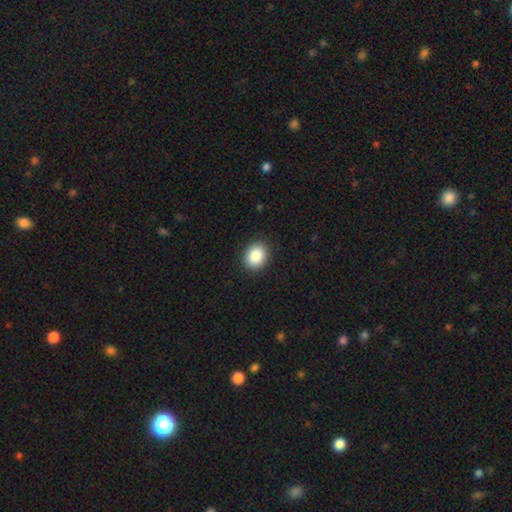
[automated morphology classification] Smooth or featured?
  - smooth: 88% *
  - star or artifact: 8%
  - featured or disk: 4%
How rounded?
  - round: 51% *
  - in between: 48%
  - cigar-shaped: 1%
Merging?
  - none: 90% *
  - minor disturbance: 7%
  - major disturbance: 2%
  - merger: 1%